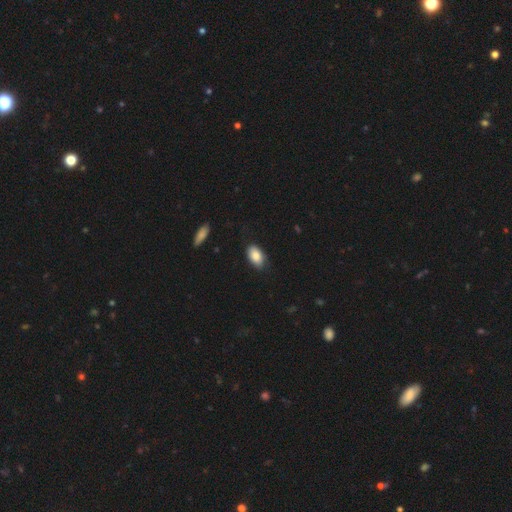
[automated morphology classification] Smooth or featured? Predicted: smooth (p=0.86). How rounded? Predicted: in between (p=0.92). Merging? Predicted: none (p=0.78).